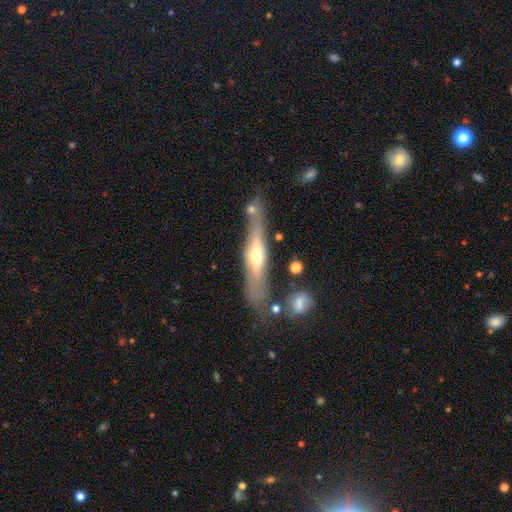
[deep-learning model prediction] Smooth or featured? Predicted: featured or disk (p=0.64). Edge-on disk? Predicted: yes (p=0.85). Edge-on bulge? Predicted: rounded (p=0.87). Merging? Predicted: none (p=0.67).